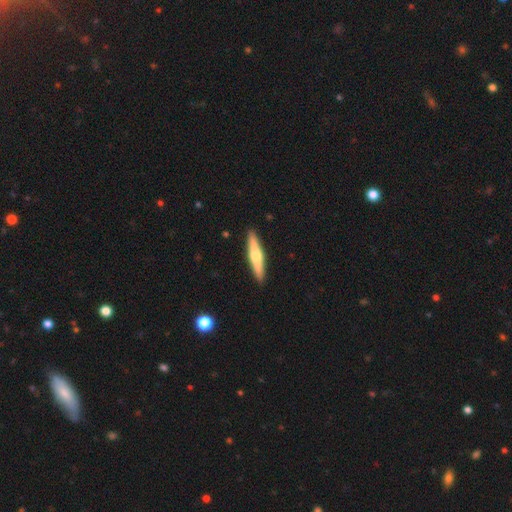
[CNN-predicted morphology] featured or disk 54%, smooth 41%, star or artifact 5%. Down the decision tree: edge-on disk — yes (96%); edge-on bulge — rounded (90%); merging — none (91%).